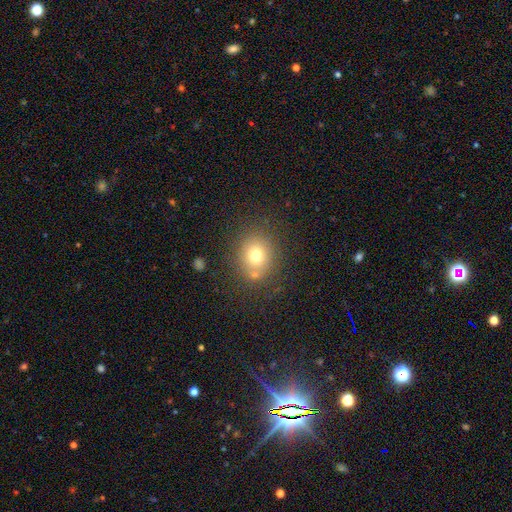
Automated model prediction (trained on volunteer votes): Smooth or featured? smooth (72%)
How rounded? round (71%)
Merging? none (73%)